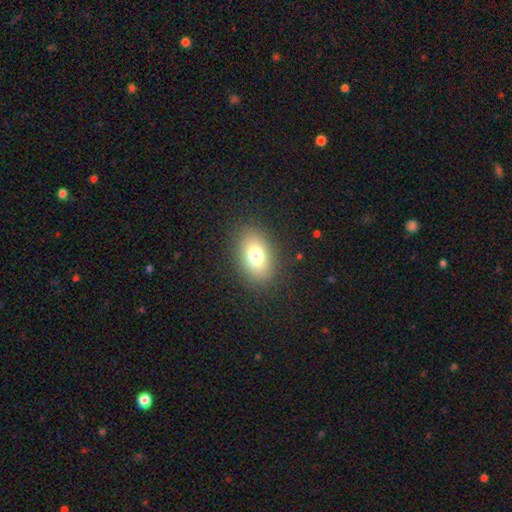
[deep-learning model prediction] smooth-or-featured: smooth: 76% | featured or disk: 13% | star or artifact: 11%
  how-rounded: in between: 81% | round: 17% | cigar-shaped: 1%
  merging: none: 87% | minor disturbance: 8% | major disturbance: 4% | merger: 1%